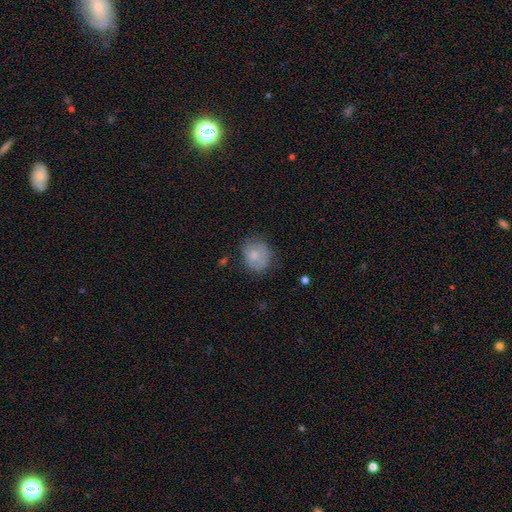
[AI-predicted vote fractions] smooth_or_featured: smooth (p=0.72) [alt: featured or disk p=0.20]
how_rounded: round (p=0.68) [alt: in between p=0.31]
merging: none (p=0.63) [alt: minor disturbance p=0.26]